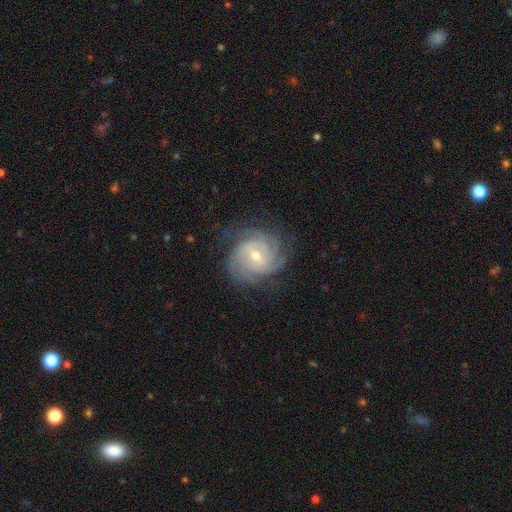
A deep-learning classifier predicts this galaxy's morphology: smooth-or-featured: featured or disk: 87% | smooth: 7% | star or artifact: 6%
  disk-edge-on: no: 97% | yes: 3%
    bar: weak: 50% | no: 34% | strong: 16%
    has-spiral-arms: yes: 97% | no: 3%
      spiral-winding: tight: 70% | medium: 25% | loose: 5%
      spiral-arm-count: can't tell: 27% | 4: 25% | 3: 22% | 2: 12% | more than 4: 8% | 1: 6%
    bulge-size: moderate: 50% | small: 47% | large: 2% | none: 1% | dominant: 1%
  merging: none: 76% | minor disturbance: 16% | major disturbance: 7% | merger: 1%